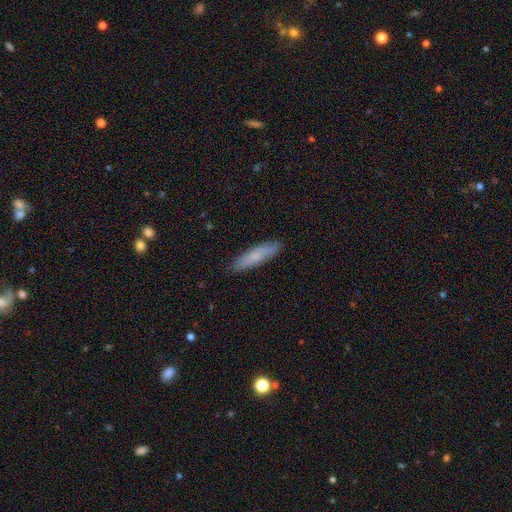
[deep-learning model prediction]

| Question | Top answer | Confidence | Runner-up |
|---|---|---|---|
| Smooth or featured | smooth | 74% | featured or disk (20%) |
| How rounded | cigar-shaped | 76% | in between (22%) |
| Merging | none | 86% | minor disturbance (11%) |